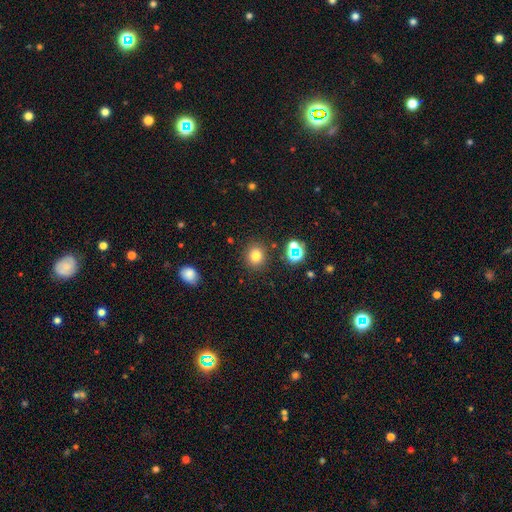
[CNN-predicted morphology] This appears to be a smooth galaxy with no disk features (76%) that is round (84%). Merging: none (87%).